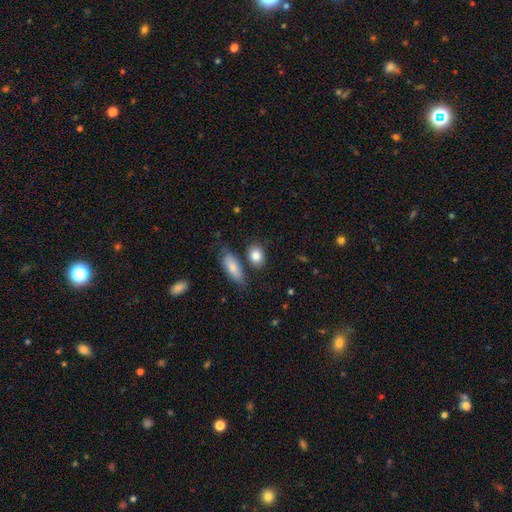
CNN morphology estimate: Q: Smooth or featured?
A: smooth (85%); runner-up: featured or disk (8%)
Q: How rounded?
A: in between (66%); runner-up: round (31%)
Q: Merging?
A: none (71%); runner-up: minor disturbance (13%)